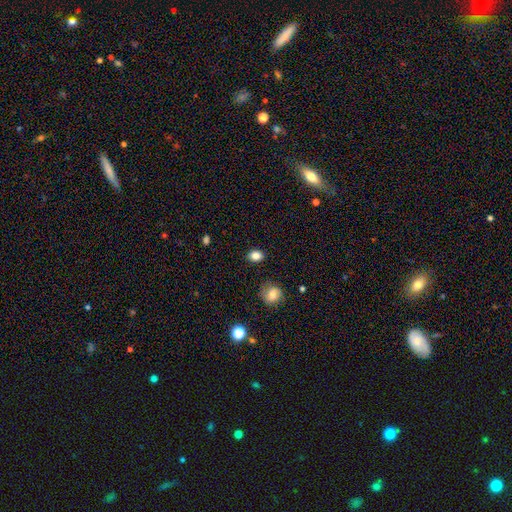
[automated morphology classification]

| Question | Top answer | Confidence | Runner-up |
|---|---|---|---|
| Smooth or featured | smooth | 84% | star or artifact (10%) |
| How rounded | in between | 64% | round (34%) |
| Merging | none | 85% | minor disturbance (11%) |